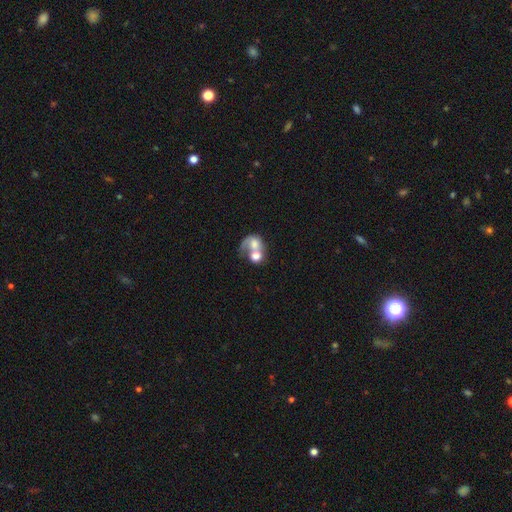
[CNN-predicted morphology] A smooth galaxy with no disk features (51%) that is round (58%). Merging: merger (70%).